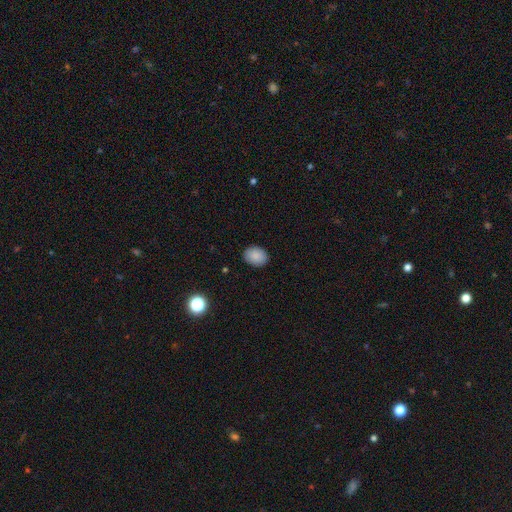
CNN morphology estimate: Smooth or featured: smooth — 88% (star or artifact — 8%)
How rounded: in between — 68% (round — 31%)
Merging: none — 89% (minor disturbance — 8%)